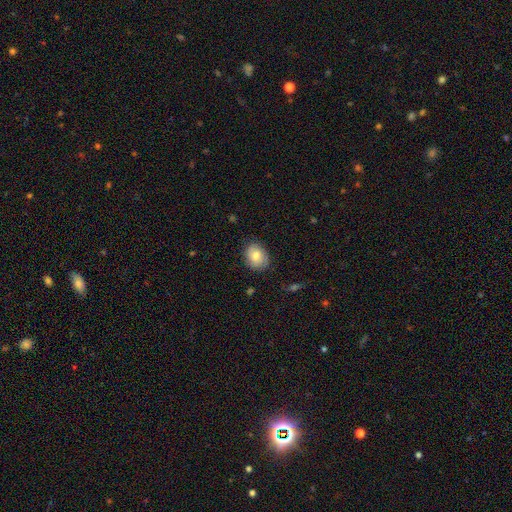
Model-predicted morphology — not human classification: smooth_or_featured: smooth (p=0.73) [alt: featured or disk p=0.20]
how_rounded: in between (p=0.56) [alt: round p=0.43]
merging: none (p=0.80) [alt: minor disturbance p=0.16]